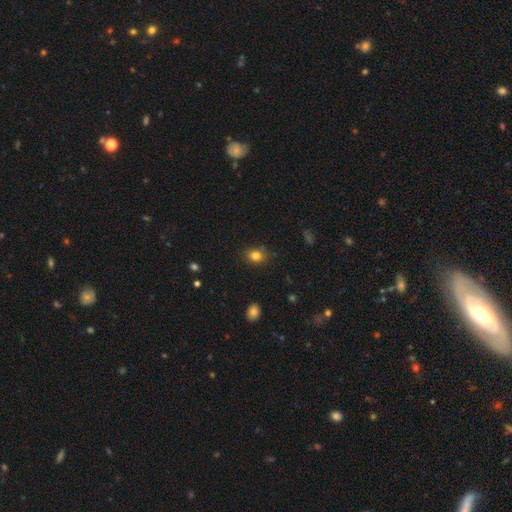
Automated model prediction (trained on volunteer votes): A smooth galaxy with no disk features (82%) that is round (50%). Merging: none (81%).